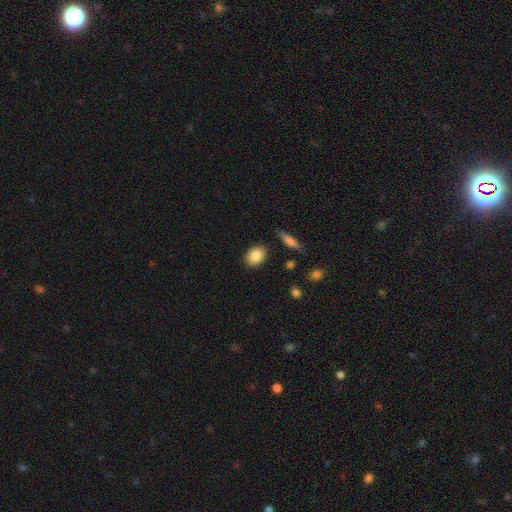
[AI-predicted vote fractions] Smooth or featured? smooth (85%)
How rounded? in between (74%)
Merging? none (87%)